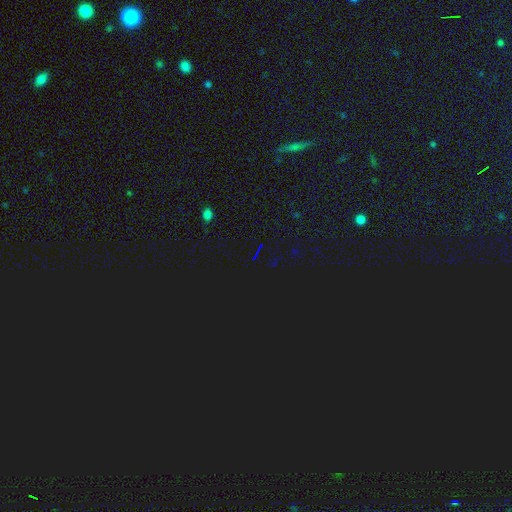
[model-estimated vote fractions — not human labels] Smooth or featured? star or artifact (79%)